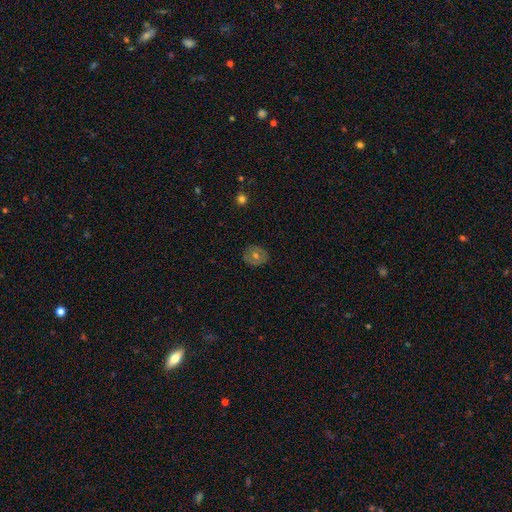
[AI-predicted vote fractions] smooth_or_featured: smooth (p=0.53) [alt: featured or disk p=0.36]
how_rounded: round (p=0.77) [alt: in between p=0.22]
merging: none (p=0.85) [alt: minor disturbance p=0.11]